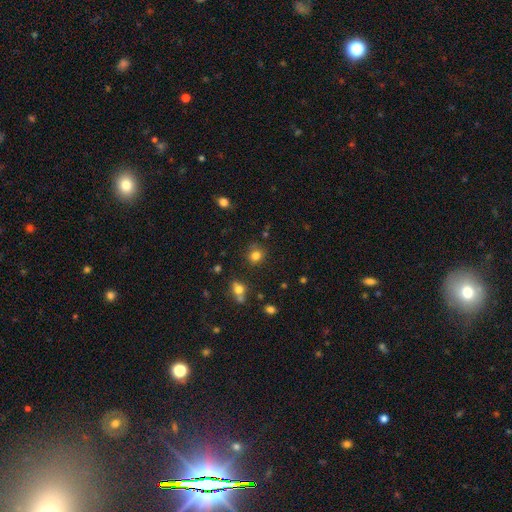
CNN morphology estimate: type=smooth (80%); roundness=round (83%); merging=none (78%).